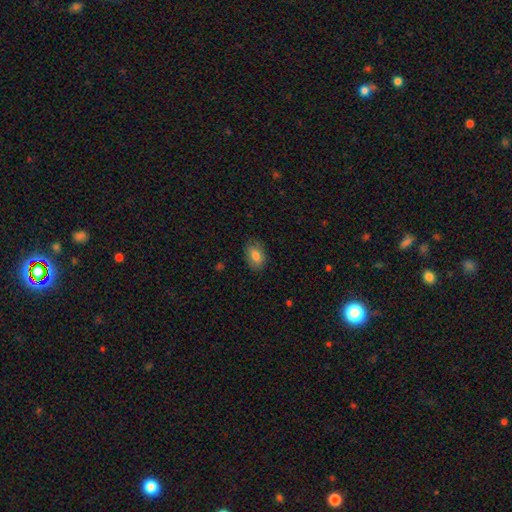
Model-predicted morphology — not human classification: Overall: smooth (79%). How rounded: in between (87%). Merging: none (81%).